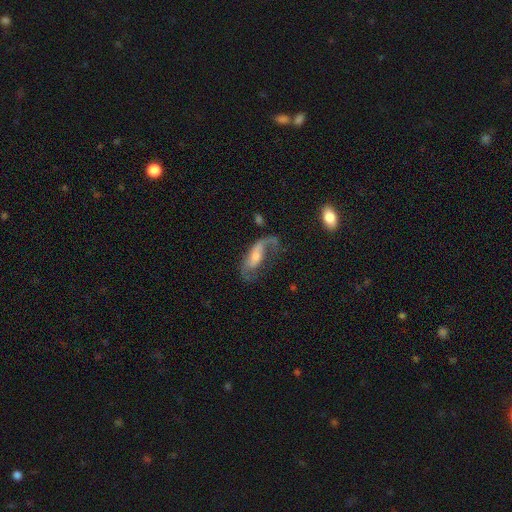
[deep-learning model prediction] Smooth or featured: featured or disk — 65% (smooth — 27%)
Edge-on disk: no — 88% (yes — 12%)
Bar: no — 52% (weak — 34%)
Spiral arms: yes — 81% (no — 19%)
Bulge size: moderate — 41% (small — 37%)
Merging: major disturbance — 43% (none — 33%)